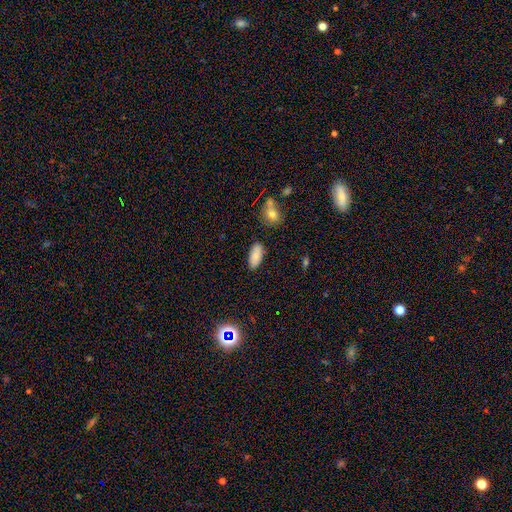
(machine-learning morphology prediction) This appears to be a smooth galaxy with no disk features (85%) that is in between round and cigar-shaped (89%). Merging: none (85%).